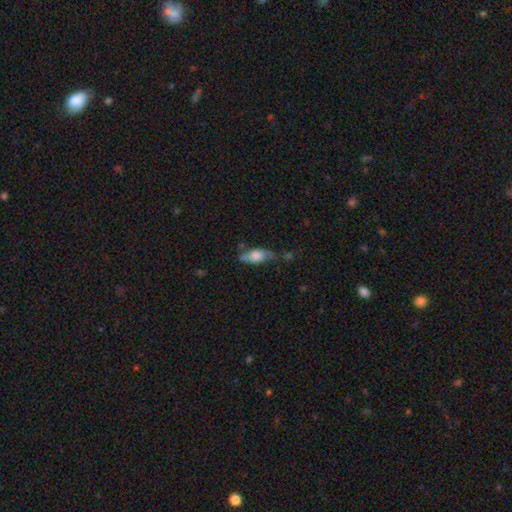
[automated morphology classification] This appears to be a smooth galaxy with no disk features (63%) that is in between round and cigar-shaped (75%). Merging: none (49%).